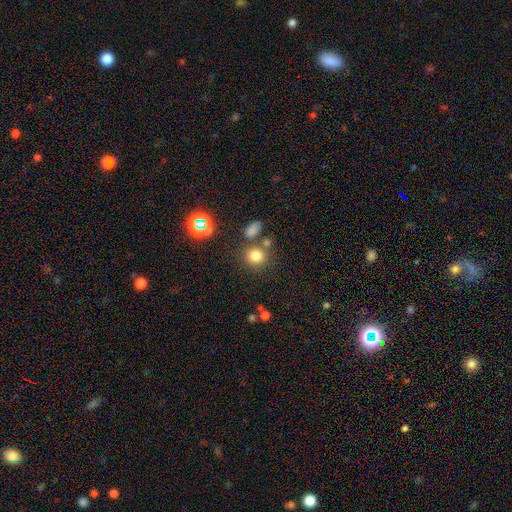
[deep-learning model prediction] A smooth galaxy with no disk features (75%) that is round (84%).

Vote fractions:
- Smooth or featured? smooth: 75% / star or artifact: 17% / featured or disk: 7%
- How rounded? round: 84% / in between: 15% / cigar-shaped: 1%
- Merging? none: 72% / merger: 14% / minor disturbance: 10% / major disturbance: 5%